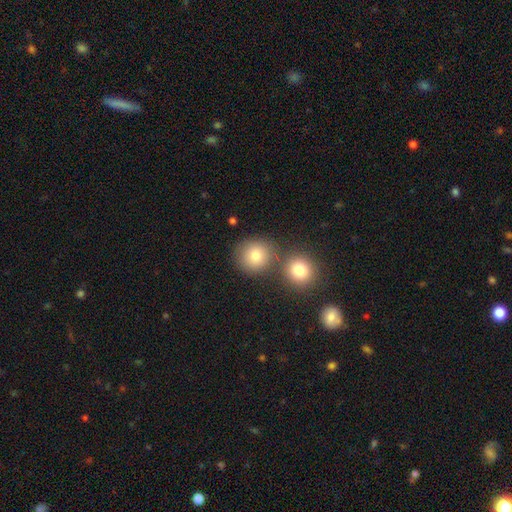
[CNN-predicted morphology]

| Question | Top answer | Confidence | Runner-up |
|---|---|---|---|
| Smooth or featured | smooth | 81% | star or artifact (11%) |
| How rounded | round | 89% | in between (10%) |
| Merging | none | 71% | merger (18%) |